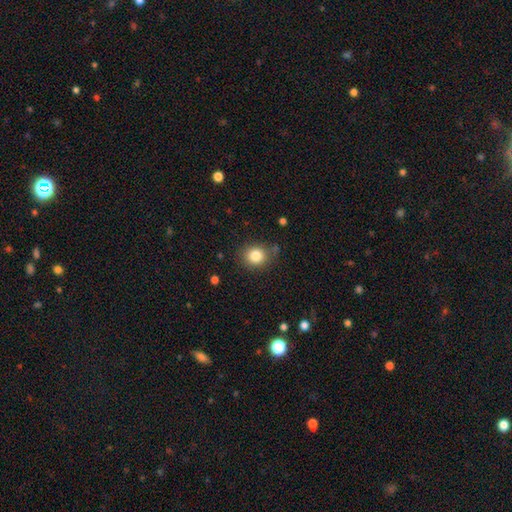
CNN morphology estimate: This appears to be a smooth galaxy with no disk features (83%) that is round (79%). Merging: none (81%).